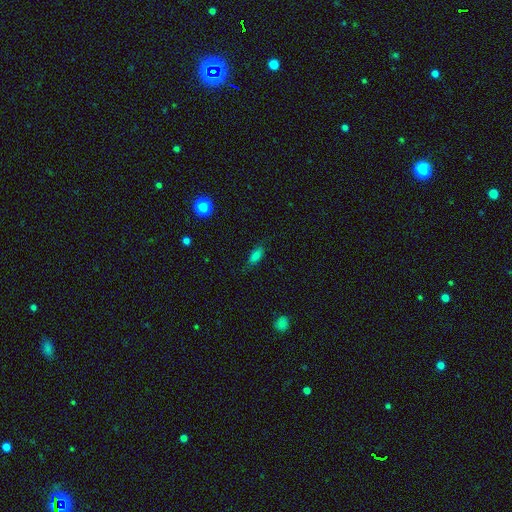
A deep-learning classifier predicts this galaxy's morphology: Smooth or featured: smooth — 75% (star or artifact — 12%)
How rounded: in between — 76% (cigar-shaped — 19%)
Merging: none — 78% (minor disturbance — 17%)